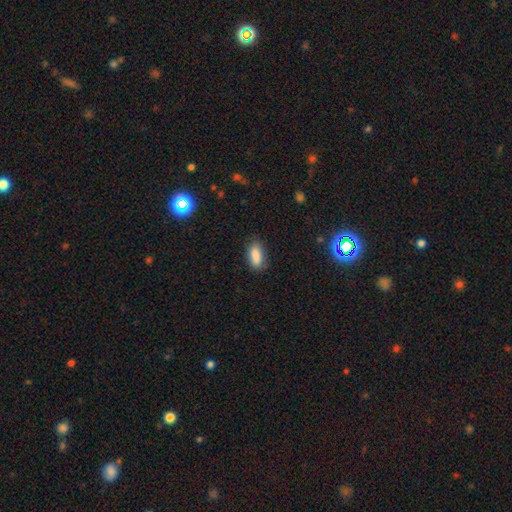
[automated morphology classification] A smooth galaxy with no disk features (87%) that is in between round and cigar-shaped (85%). Merging: none (80%).